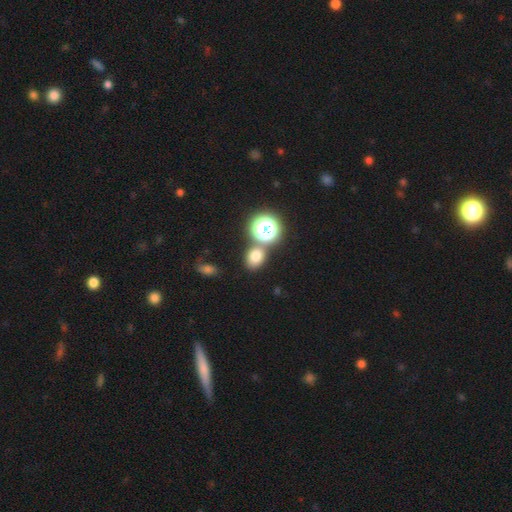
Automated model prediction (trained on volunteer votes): Q: Smooth or featured?
A: smooth (69%); runner-up: star or artifact (23%)
Q: How rounded?
A: round (54%); runner-up: in between (45%)
Q: Merging?
A: none (69%); runner-up: merger (18%)